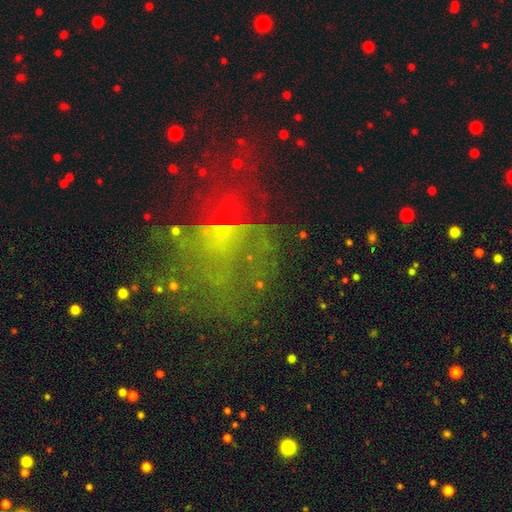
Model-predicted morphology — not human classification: featured or disk 37%, star or artifact 35%, smooth 28%. Down the decision tree: merging — none (48%).